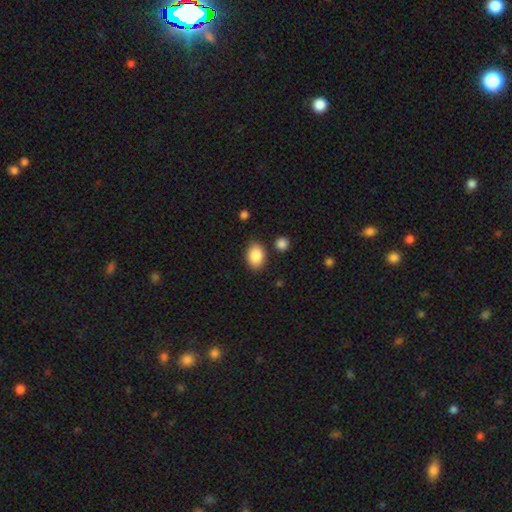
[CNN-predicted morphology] smooth 88%, star or artifact 7%, featured or disk 5%. Down the decision tree: how rounded — in between (79%); merging — none (83%).